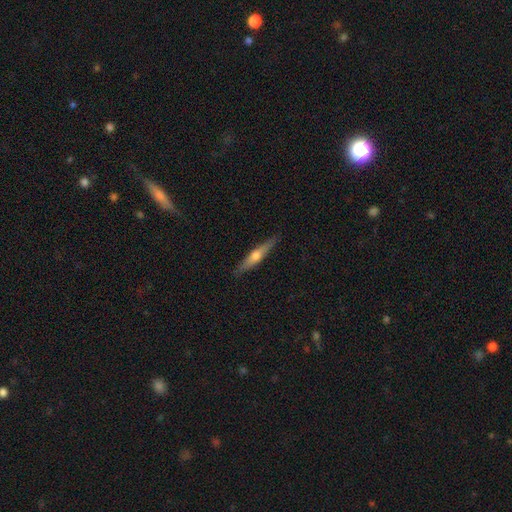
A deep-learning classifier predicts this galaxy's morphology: Overall: featured or disk (58%; smooth 37%). Edge-on disk: yes (95%). Edge-on bulge: rounded (90%). Merging: none (88%).